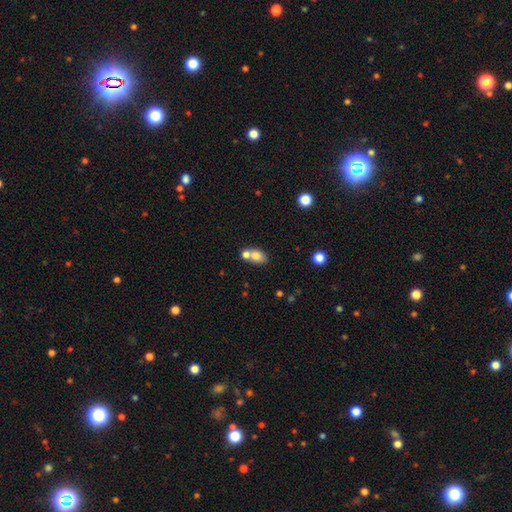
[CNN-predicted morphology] smooth-or-featured: smooth: 77% | featured or disk: 13% | star or artifact: 10%
  how-rounded: in between: 76% | round: 22% | cigar-shaped: 2%
  merging: merger: 47% | none: 40% | minor disturbance: 10% | major disturbance: 4%